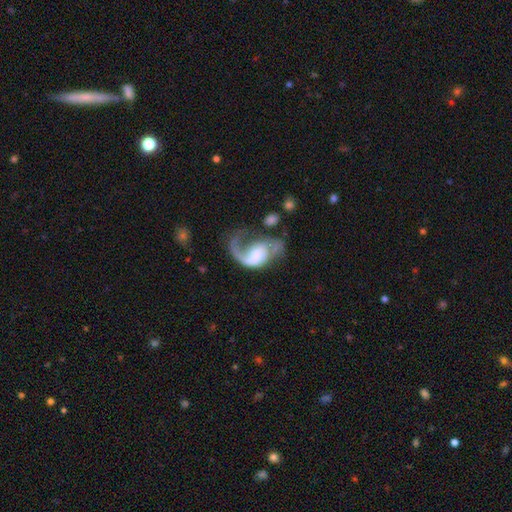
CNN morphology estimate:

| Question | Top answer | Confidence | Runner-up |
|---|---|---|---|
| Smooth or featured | featured or disk | 81% | smooth (13%) |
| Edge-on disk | no | 97% | yes (3%) |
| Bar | no | 51% | weak (38%) |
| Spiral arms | yes | 91% | no (9%) |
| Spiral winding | loose | 58% | medium (33%) |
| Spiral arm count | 1 | 56% | 2 (37%) |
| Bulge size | moderate | 34% | small (23%) |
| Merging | major disturbance | 47% | none (29%) |